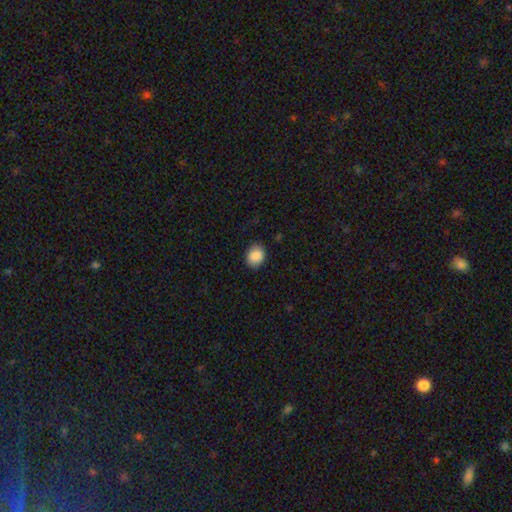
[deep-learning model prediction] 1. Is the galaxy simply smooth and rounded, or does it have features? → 88% smooth, 8% star or artifact, 4% featured or disk.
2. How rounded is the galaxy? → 51% round, 48% in between, 1% cigar-shaped.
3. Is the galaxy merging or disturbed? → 87% none, 10% minor disturbance, 2% major disturbance, 1% merger.